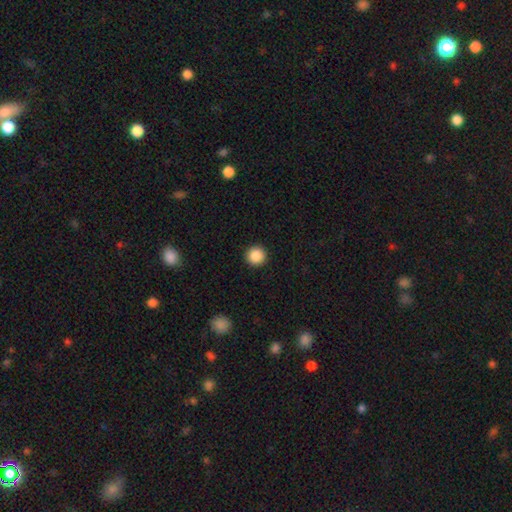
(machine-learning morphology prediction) smooth_or_featured: smooth (p=0.88) [alt: star or artifact p=0.09]
how_rounded: round (p=0.96) [alt: in between p=0.03]
merging: none (p=0.93) [alt: minor disturbance p=0.04]